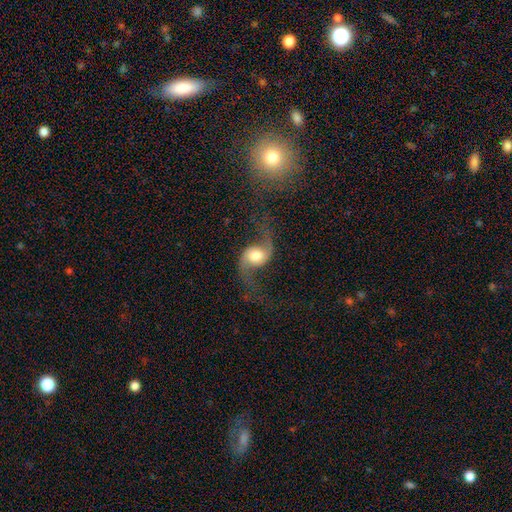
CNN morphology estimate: A featured or disk galaxy (82%) with no bar (60%), 2 (94%) loose (90%) spiral arms (96%) and a moderate central bulge (47%). Merging: none (67%).